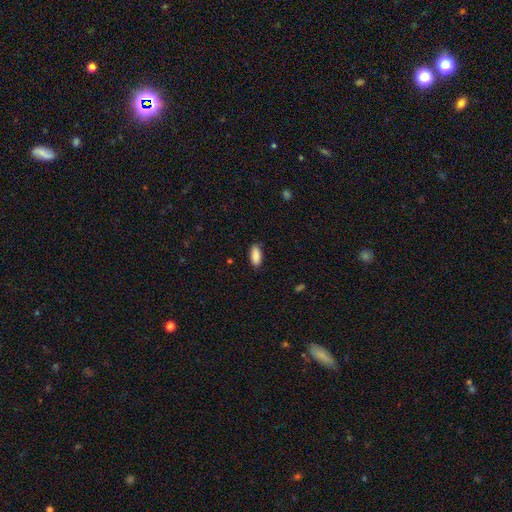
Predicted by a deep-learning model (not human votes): Smooth or featured? smooth (89%)
How rounded? in between (87%)
Merging? none (84%)